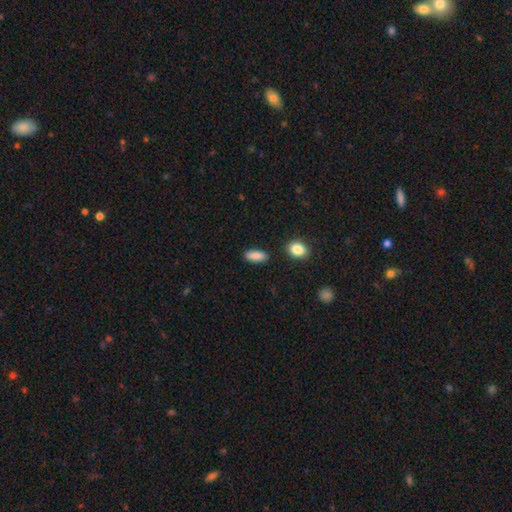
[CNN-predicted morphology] A smooth galaxy with no disk features (88%) that is in between round and cigar-shaped (79%).

Vote fractions:
- Smooth or featured? smooth: 88% / star or artifact: 7% / featured or disk: 5%
- How rounded? in between: 79% / cigar-shaped: 18% / round: 3%
- Merging? none: 87% / minor disturbance: 8% / merger: 3% / major disturbance: 2%